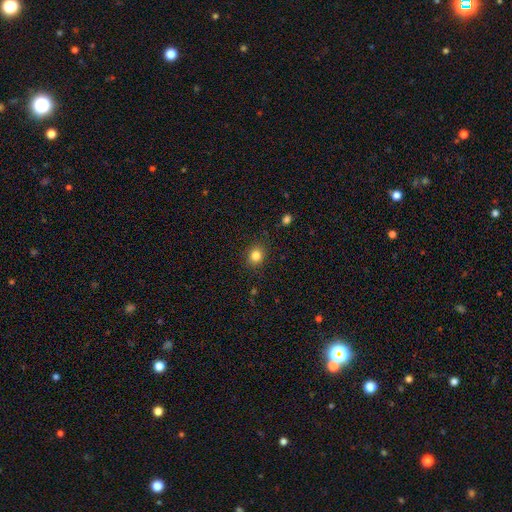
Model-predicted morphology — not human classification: The model was most divided on "how rounded": round: 76%, in between: 23%, cigar-shaped: 1%. More confident: merging — none (88%); smooth or featured — smooth (83%).